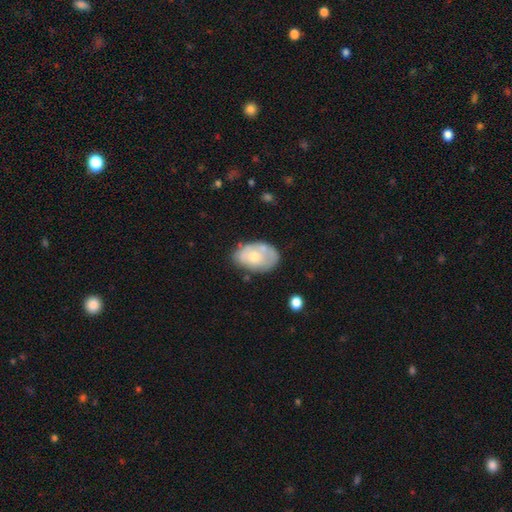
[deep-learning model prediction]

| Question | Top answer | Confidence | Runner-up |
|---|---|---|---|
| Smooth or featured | smooth | 58% | featured or disk (36%) |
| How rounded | in between | 86% | round (13%) |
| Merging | none | 57% | minor disturbance (27%) |